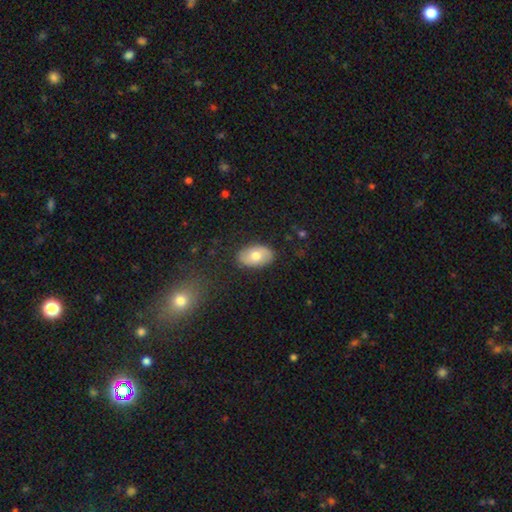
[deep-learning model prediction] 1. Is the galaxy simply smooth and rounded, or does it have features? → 66% smooth, 28% featured or disk, 6% star or artifact.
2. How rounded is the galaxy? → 91% in between, 7% round, 1% cigar-shaped.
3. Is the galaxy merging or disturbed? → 86% none, 11% minor disturbance, 3% major disturbance, 1% merger.